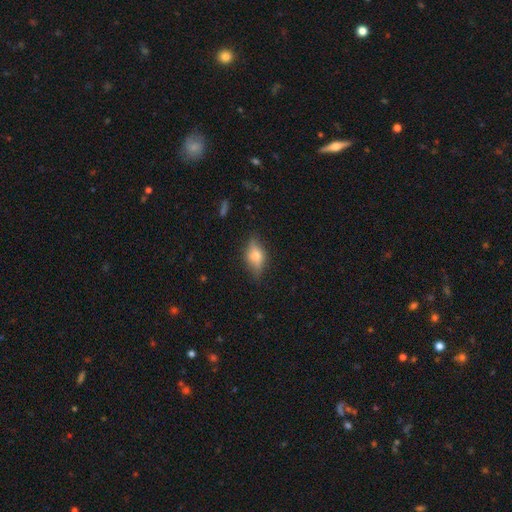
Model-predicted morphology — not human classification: Smooth or featured?
  - featured or disk: 50% *
  - smooth: 41%
  - star or artifact: 9%
Edge-on disk?
  - yes: 88% *
  - no: 12%
Merging?
  - none: 78% *
  - minor disturbance: 17%
  - major disturbance: 5%
  - merger: 1%